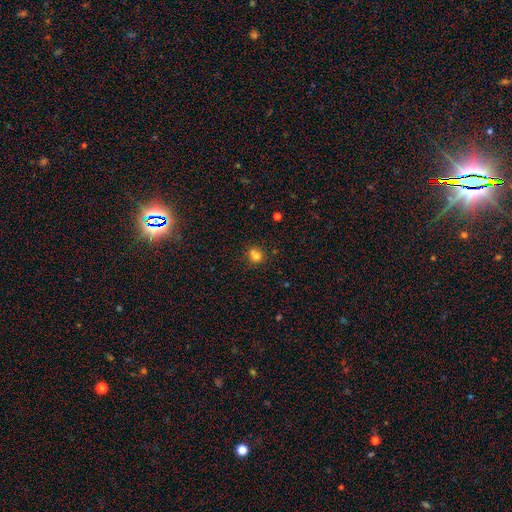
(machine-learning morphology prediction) smooth 76%, star or artifact 15%, featured or disk 10%. Down the decision tree: how rounded — round (69%); merging — none (51%).